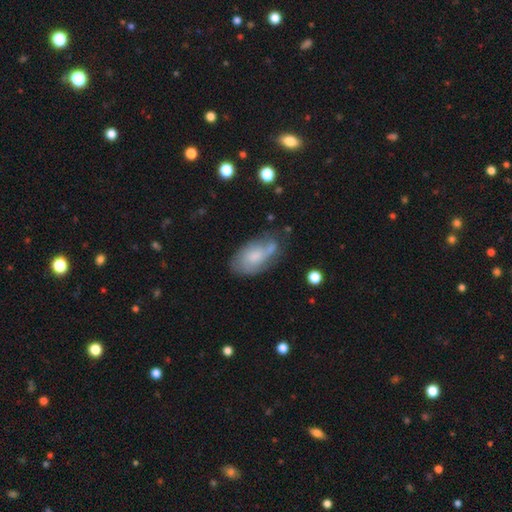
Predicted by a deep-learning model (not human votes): Smooth or featured? smooth (48%)
Merging? none (51%)